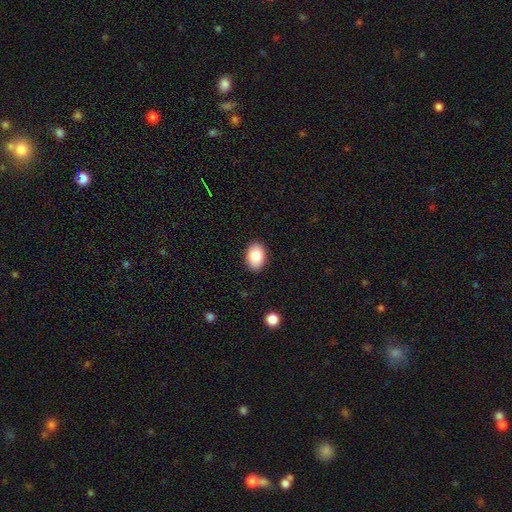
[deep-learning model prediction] Smooth or featured: smooth — 83% (featured or disk — 9%)
How rounded: in between — 79% (round — 20%)
Merging: none — 89% (minor disturbance — 8%)